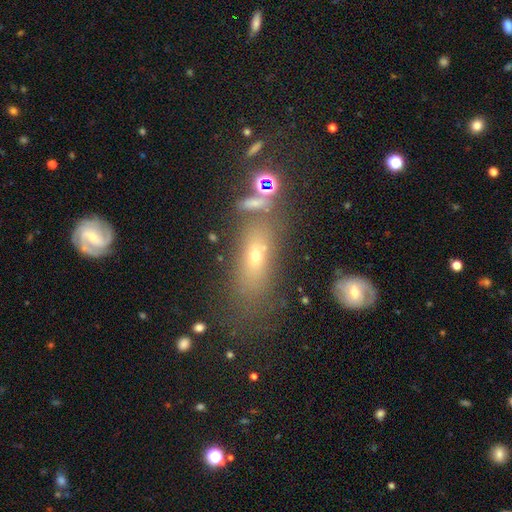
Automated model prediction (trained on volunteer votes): A smooth galaxy with no disk features (55%) that is in between round and cigar-shaped (63%).

Vote fractions:
- Smooth or featured? smooth: 55% / featured or disk: 25% / star or artifact: 20%
- How rounded? in between: 63% / cigar-shaped: 27% / round: 11%
- Merging? none: 55% / minor disturbance: 17% / merger: 16% / major disturbance: 13%